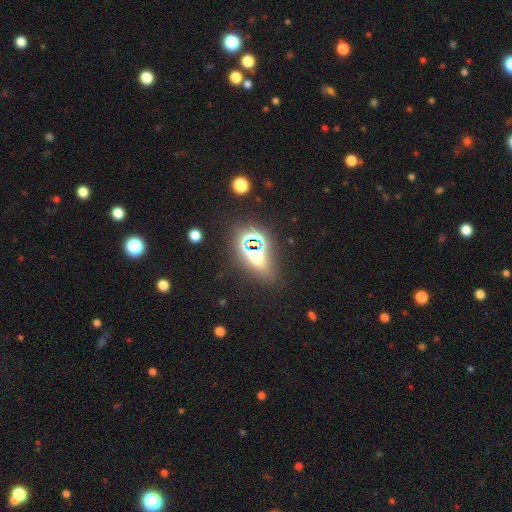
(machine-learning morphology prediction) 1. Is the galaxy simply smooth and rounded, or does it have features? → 47% star or artifact, 38% smooth, 15% featured or disk.